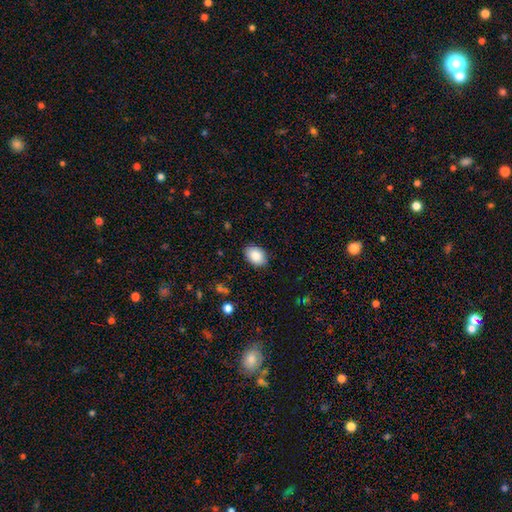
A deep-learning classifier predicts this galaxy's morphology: Q: Smooth or featured?
A: smooth (88%); runner-up: star or artifact (7%)
Q: How rounded?
A: in between (81%); runner-up: round (18%)
Q: Merging?
A: none (87%); runner-up: minor disturbance (10%)